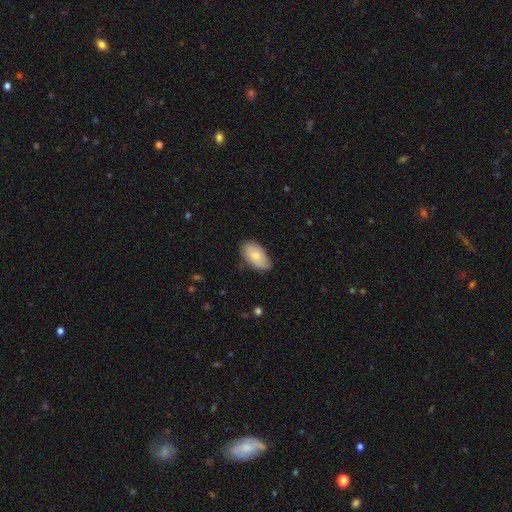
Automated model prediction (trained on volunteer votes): Q: Smooth or featured?
A: smooth (70%); runner-up: featured or disk (24%)
Q: How rounded?
A: in between (94%); runner-up: round (4%)
Q: Merging?
A: none (72%); runner-up: minor disturbance (23%)